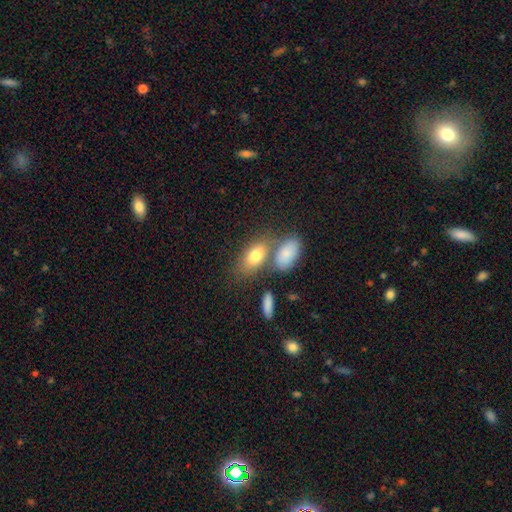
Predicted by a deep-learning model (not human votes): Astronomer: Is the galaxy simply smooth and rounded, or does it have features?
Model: smooth — 76%.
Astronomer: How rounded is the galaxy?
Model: in between — 86%.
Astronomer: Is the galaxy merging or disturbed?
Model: none — 52% (runner-up: merger, 30%).